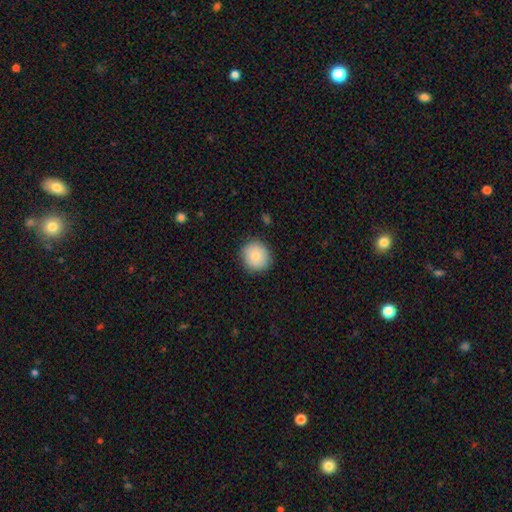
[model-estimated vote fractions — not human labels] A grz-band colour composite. It shows a smooth galaxy with no disk features (84%) that is round (85%). Merging: none (88%).